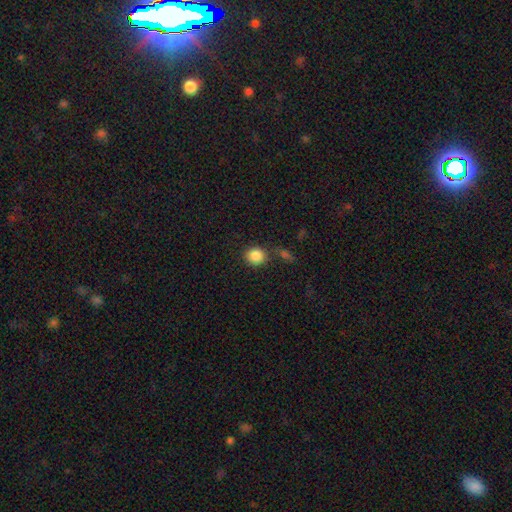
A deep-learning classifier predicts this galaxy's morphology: type=smooth (86%); roundness=round (84%); merging=none (73%).